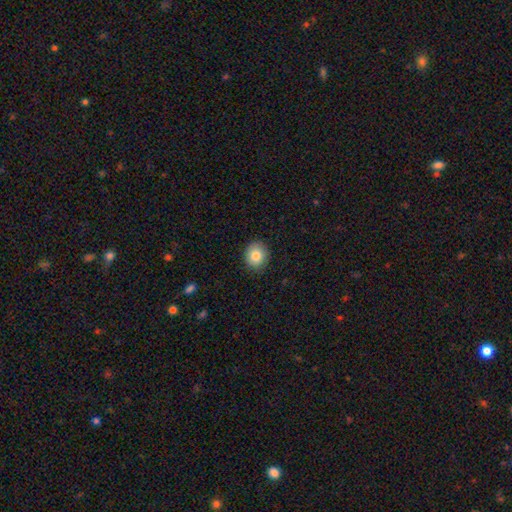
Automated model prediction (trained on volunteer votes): Q: Smooth or featured?
A: smooth (84%); runner-up: star or artifact (8%)
Q: How rounded?
A: round (68%); runner-up: in between (31%)
Q: Merging?
A: none (88%); runner-up: minor disturbance (9%)